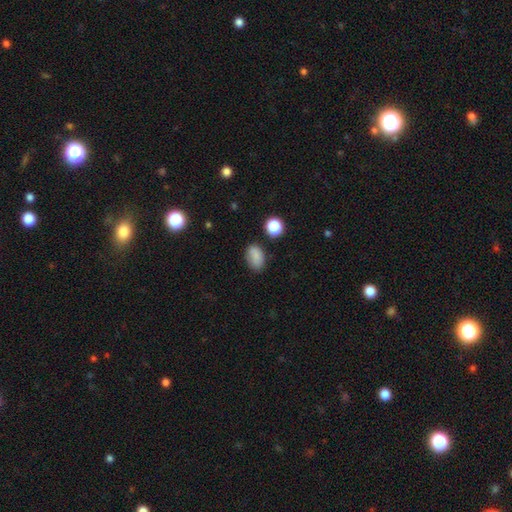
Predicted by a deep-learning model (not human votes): This appears to be a smooth galaxy with no disk features (83%) that is in between round and cigar-shaped (85%). Merging: none (77%).